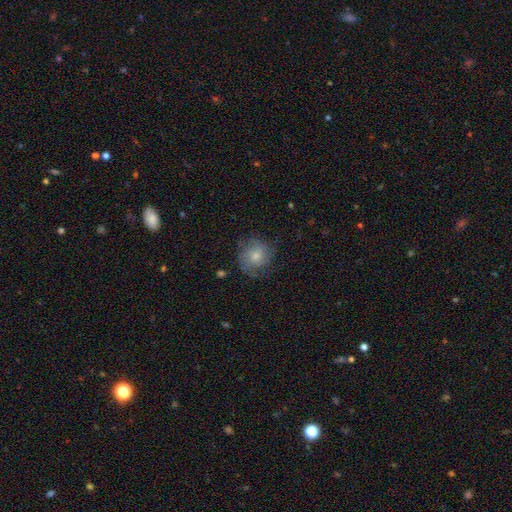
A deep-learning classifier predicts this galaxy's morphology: Smooth or featured? smooth (65%)
How rounded? round (83%)
Merging? none (68%)